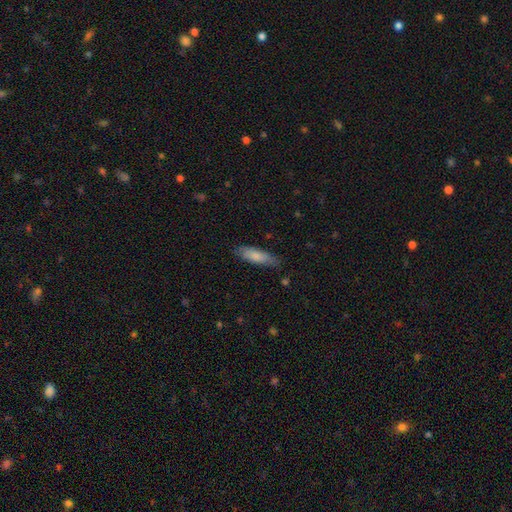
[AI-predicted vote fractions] smooth-or-featured: smooth: 79% | featured or disk: 15% | star or artifact: 6%
  how-rounded: cigar-shaped: 57% | in between: 42% | round: 2%
  merging: none: 78% | minor disturbance: 18% | major disturbance: 3% | merger: 1%